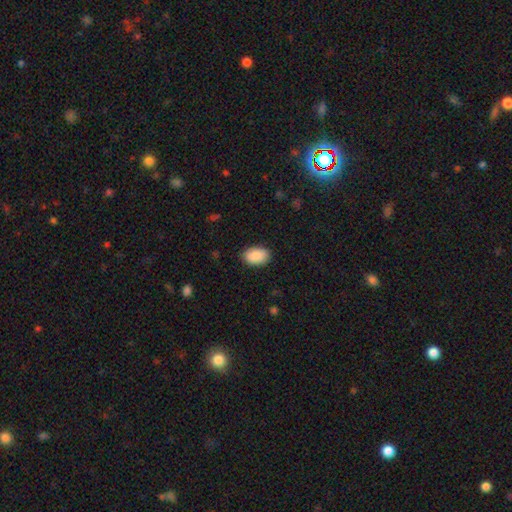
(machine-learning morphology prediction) type=smooth (90%); roundness=in between (90%); merging=none (86%).